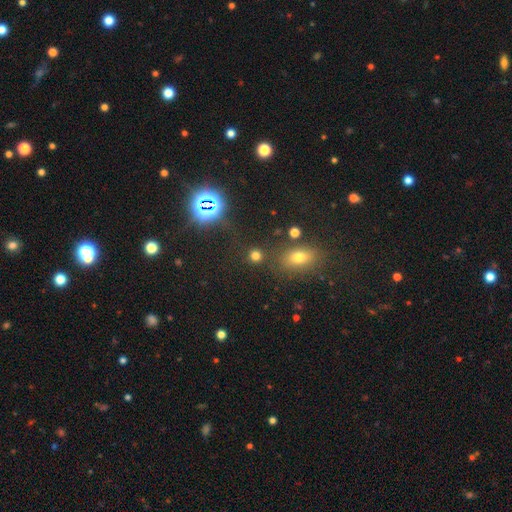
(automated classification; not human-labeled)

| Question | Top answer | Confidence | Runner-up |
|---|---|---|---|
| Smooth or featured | smooth | 69% | star or artifact (24%) |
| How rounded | round | 84% | in between (14%) |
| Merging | none | 81% | minor disturbance (8%) |